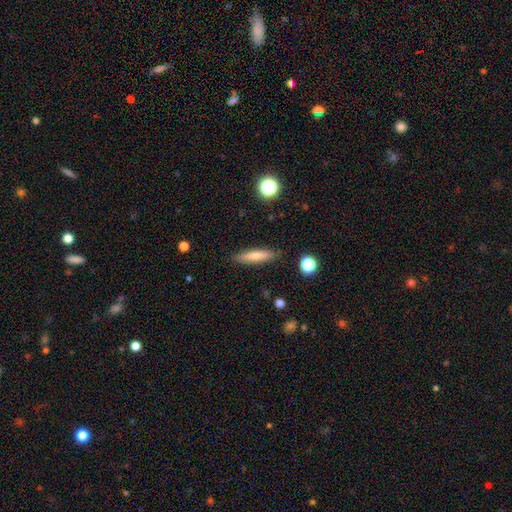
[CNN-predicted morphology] A smooth galaxy with no disk features (70%) that is cigar-shaped (80%). Merging: none (88%).